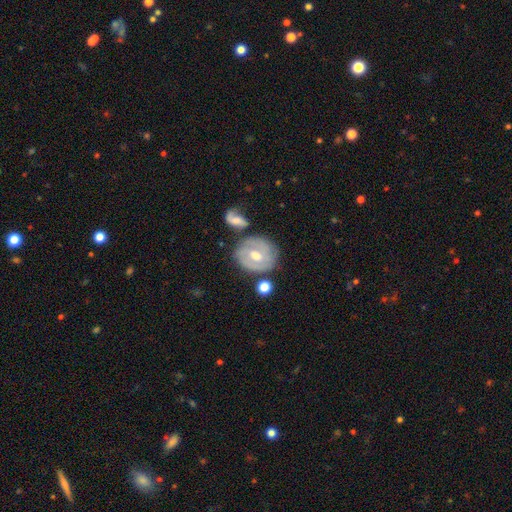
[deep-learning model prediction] Smooth or featured? Predicted: featured or disk (p=0.64). Edge-on disk? Predicted: no (p=0.96). Bar? Predicted: weak (p=0.46). Spiral arms? Predicted: yes (p=0.67). Bulge size? Predicted: moderate (p=0.75). Merging? Predicted: none (p=0.63).